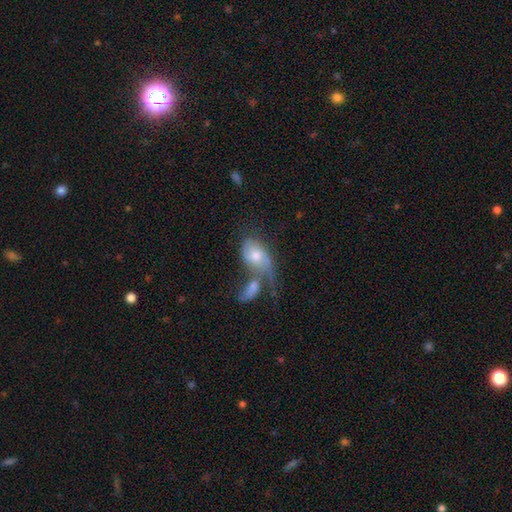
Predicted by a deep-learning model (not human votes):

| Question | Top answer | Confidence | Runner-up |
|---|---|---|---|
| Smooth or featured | smooth | 55% | featured or disk (38%) |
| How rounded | in between | 85% | round (12%) |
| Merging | merger | 55% | major disturbance (19%) |